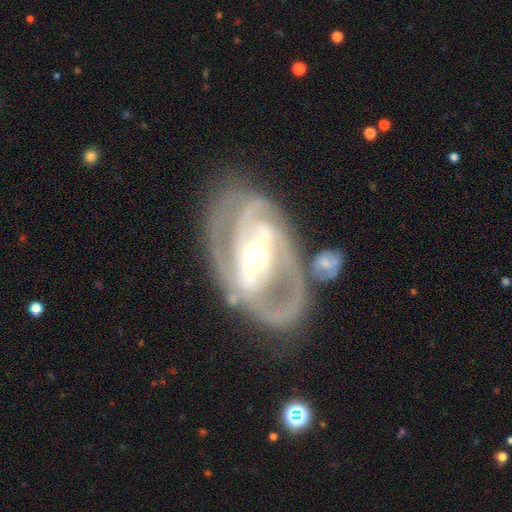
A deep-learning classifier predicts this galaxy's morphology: A featured or disk galaxy (90%) with a strong bar (62%), 2 (61%) tight (46%) spiral arms (94%) and a moderate central bulge (62%). Merging: none (65%).